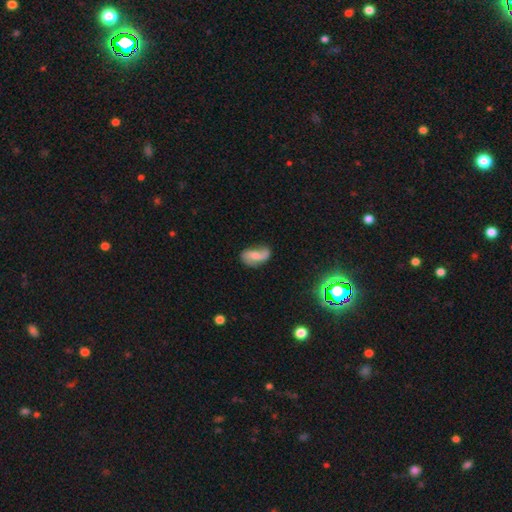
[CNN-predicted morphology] smooth_or_featured: featured or disk (p=0.63) [alt: smooth p=0.28]
disk_edge_on: no (p=0.96) [alt: yes p=0.04]
bar: no (p=0.49) [alt: weak p=0.38]
has_spiral_arms: yes (p=0.89) [alt: no p=0.11]
spiral_winding: loose (p=0.62) [alt: medium p=0.28]
spiral_arm_count: 2 (p=0.78) [alt: 1 p=0.12]
bulge_size: moderate (p=0.44) [alt: small p=0.41]
merging: none (p=0.54) [alt: minor disturbance p=0.28]